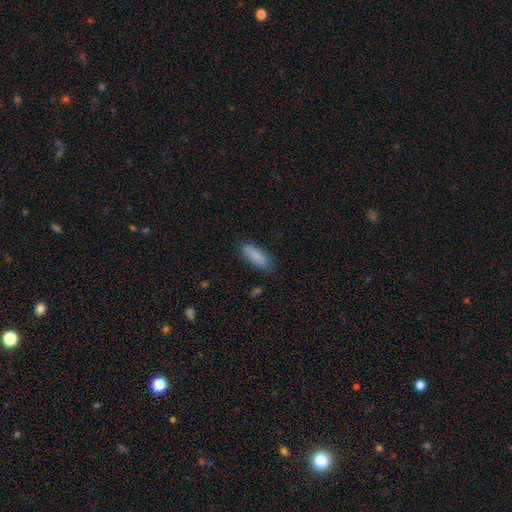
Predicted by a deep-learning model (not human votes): Overall: smooth (85%). How rounded: in between (62%; cigar-shaped 37%). Merging: none (78%).